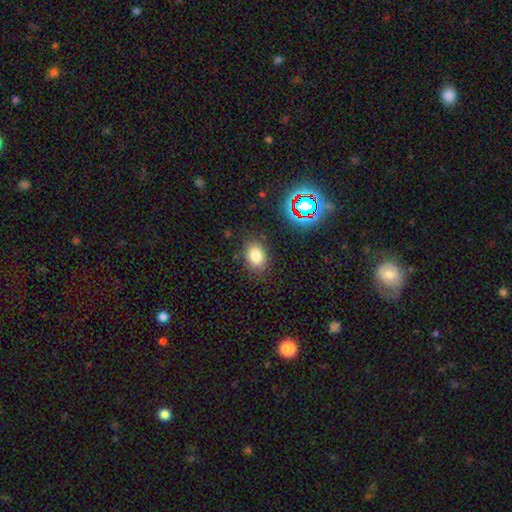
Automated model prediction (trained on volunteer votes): smooth_or_featured: smooth (p=0.79) [alt: star or artifact p=0.14]
how_rounded: in between (p=0.71) [alt: round p=0.27]
merging: none (p=0.81) [alt: minor disturbance p=0.13]